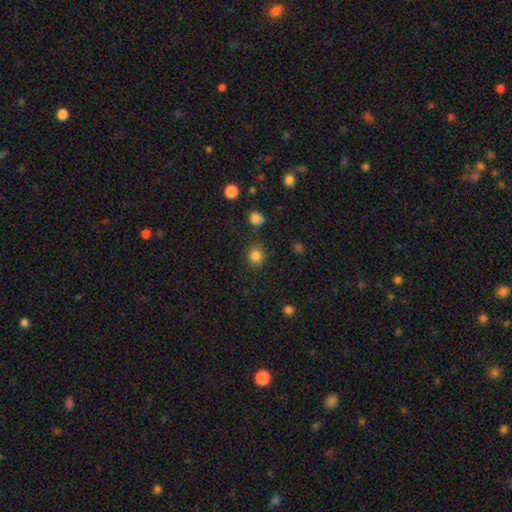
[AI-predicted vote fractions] A smooth galaxy with no disk features (84%) that is round (83%). Merging: none (83%).